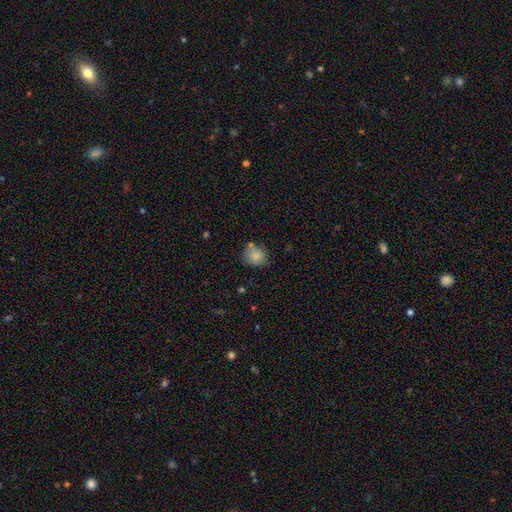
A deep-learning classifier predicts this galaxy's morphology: Smooth or featured: smooth — 83% (star or artifact — 9%)
How rounded: round — 63% (in between — 36%)
Merging: none — 63% (minor disturbance — 21%)